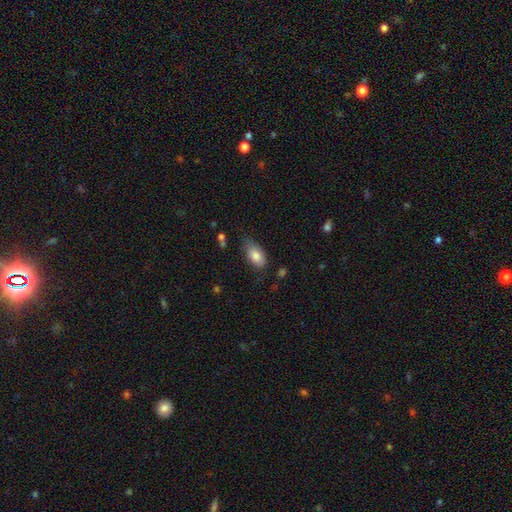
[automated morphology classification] Smooth or featured: smooth — 83% (featured or disk — 10%)
How rounded: in between — 92% (cigar-shaped — 4%)
Merging: none — 63% (minor disturbance — 28%)